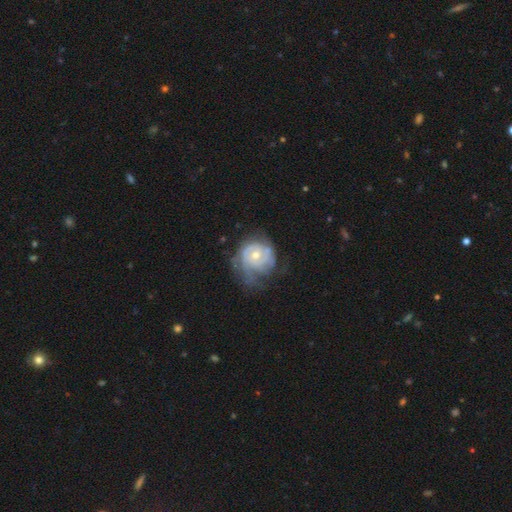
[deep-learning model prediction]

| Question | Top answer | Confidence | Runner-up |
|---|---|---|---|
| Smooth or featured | featured or disk | 76% | smooth (18%) |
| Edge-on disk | no | 98% | yes (2%) |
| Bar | no | 78% | weak (19%) |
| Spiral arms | yes | 84% | no (16%) |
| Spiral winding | tight | 64% | medium (26%) |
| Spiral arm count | can't tell | 43% | 2 (26%) |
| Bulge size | moderate | 56% | small (39%) |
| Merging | none | 46% | minor disturbance (28%) |